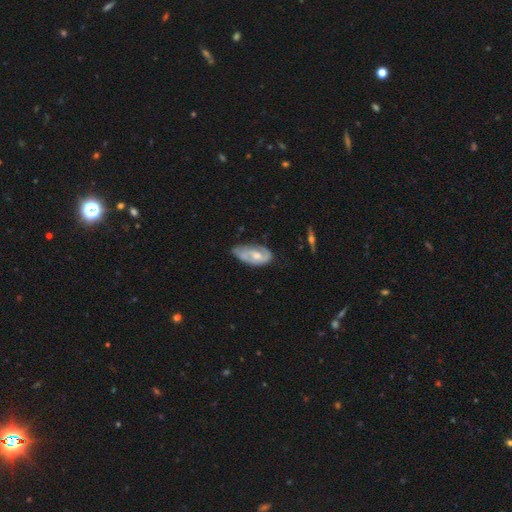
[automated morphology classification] Smooth or featured? featured or disk (59%)
Edge-on disk? no (92%)
Bar? no (65%)
Spiral arms? yes (74%)
Bulge size? moderate (58%)
Merging? minor disturbance (41%)